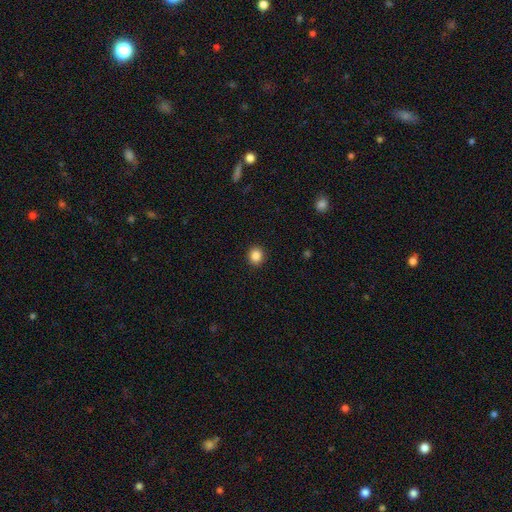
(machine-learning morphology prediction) smooth 87%, star or artifact 10%, featured or disk 3%. Down the decision tree: how rounded — round (82%); merging — none (92%).